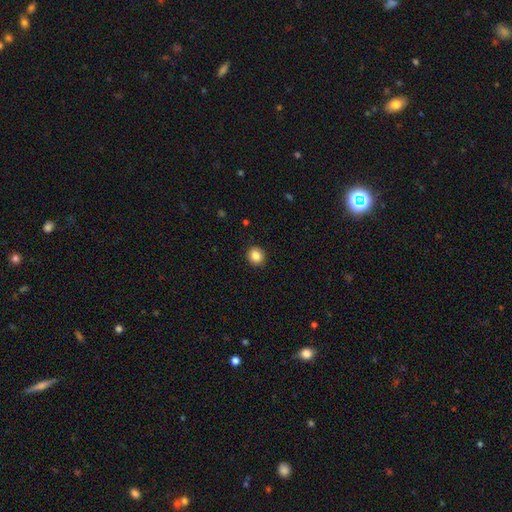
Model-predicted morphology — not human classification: A smooth galaxy with no disk features (85%) that is round (89%). Merging: none (93%).